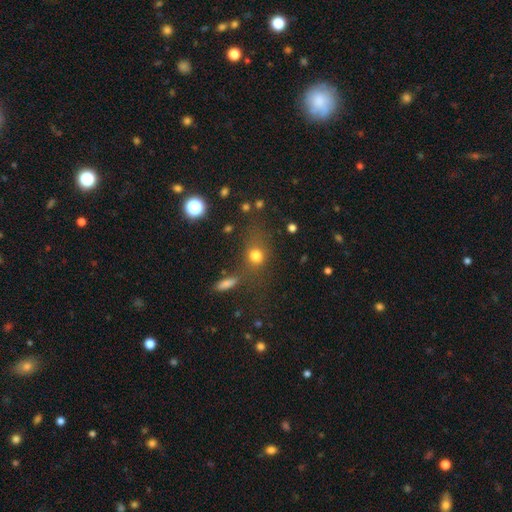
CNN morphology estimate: Smooth or featured? Predicted: smooth (p=0.73). How rounded? Predicted: round (p=0.62). Merging? Predicted: none (p=0.58).